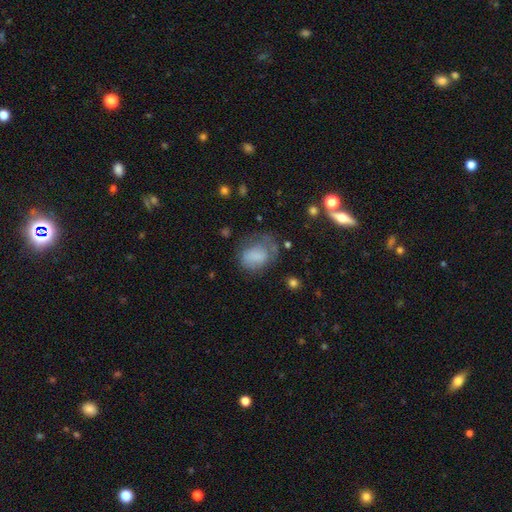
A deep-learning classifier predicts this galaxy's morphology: This is likely a smooth galaxy (66%). How rounded: likely in between (62%). Merging: marginally none (37%).